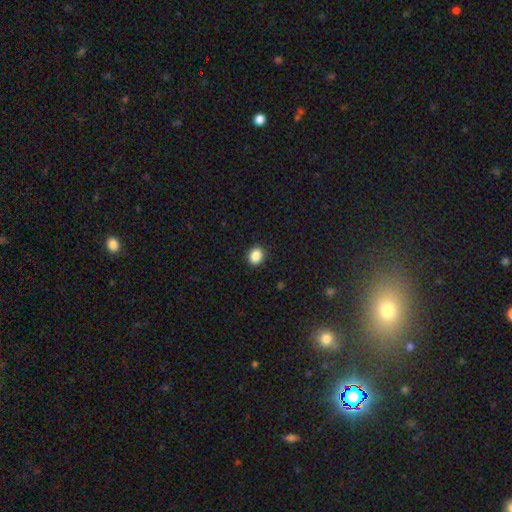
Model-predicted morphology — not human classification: A smooth galaxy with no disk features (88%) that is round (64%). Merging: none (91%).